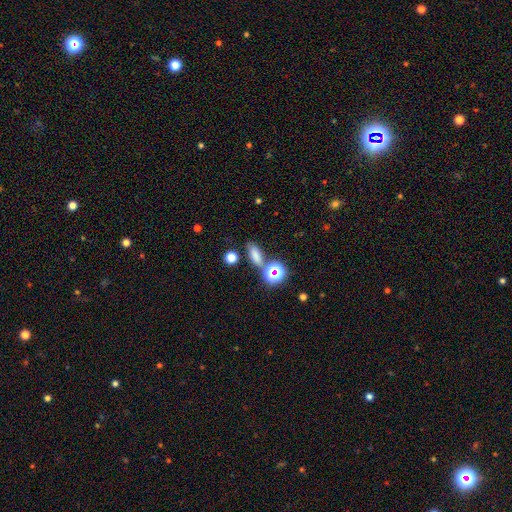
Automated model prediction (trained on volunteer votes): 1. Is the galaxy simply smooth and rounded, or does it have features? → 69% smooth, 22% star or artifact, 9% featured or disk.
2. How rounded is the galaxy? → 62% in between, 22% cigar-shaped, 16% round.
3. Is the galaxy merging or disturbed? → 71% none, 12% merger, 12% minor disturbance, 5% major disturbance.